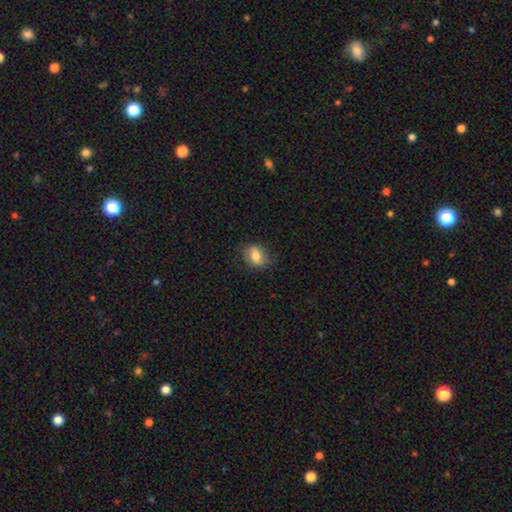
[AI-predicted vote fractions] Overall: smooth (76%). How rounded: in between (65%; round 33%). Merging: none (80%).